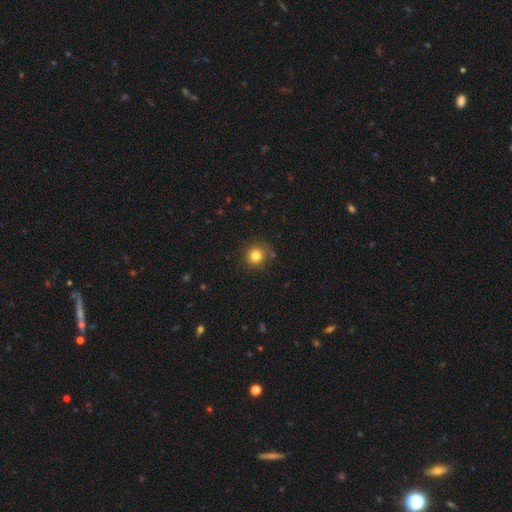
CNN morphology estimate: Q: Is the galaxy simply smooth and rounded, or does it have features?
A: smooth — 82%.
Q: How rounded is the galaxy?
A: round — 89%.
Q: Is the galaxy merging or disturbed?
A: none — 82%.